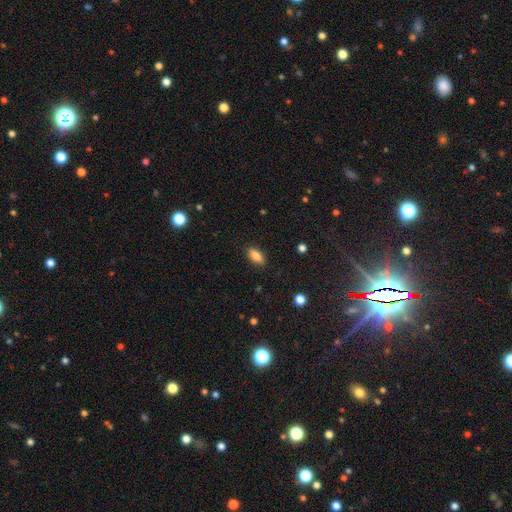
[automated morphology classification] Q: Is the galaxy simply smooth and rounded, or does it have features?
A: smooth — 81%.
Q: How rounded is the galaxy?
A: in between — 84%.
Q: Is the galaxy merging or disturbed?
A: none — 87%.